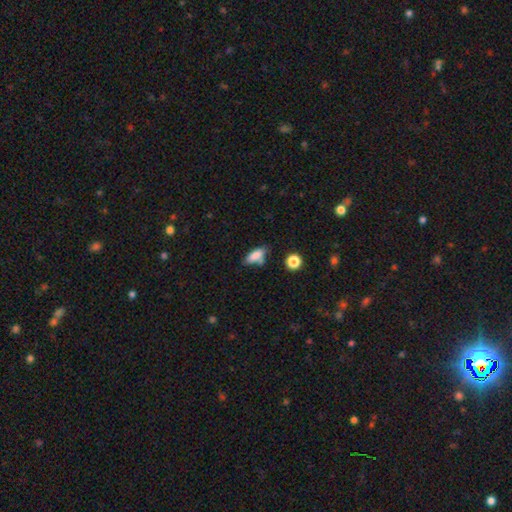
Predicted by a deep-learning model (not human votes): A smooth galaxy with no disk features (77%) that is in between round and cigar-shaped (67%).

Vote fractions:
- Smooth or featured? smooth: 77% / featured or disk: 13% / star or artifact: 10%
- How rounded? in between: 67% / cigar-shaped: 29% / round: 4%
- Merging? none: 54% / minor disturbance: 23% / merger: 15% / major disturbance: 7%